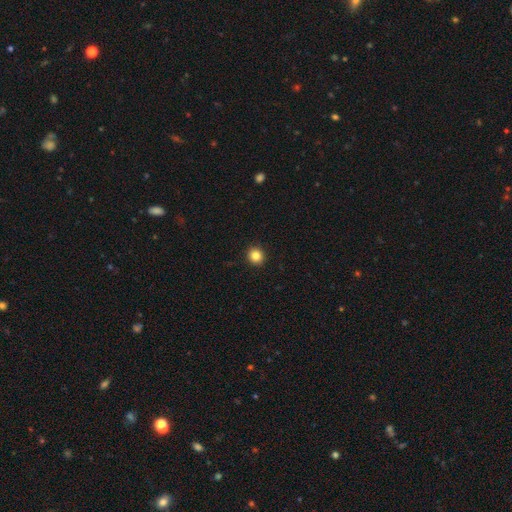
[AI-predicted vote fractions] smooth_or_featured: smooth (p=0.85) [alt: star or artifact p=0.11]
how_rounded: round (p=0.91) [alt: in between p=0.08]
merging: none (p=0.93) [alt: minor disturbance p=0.04]